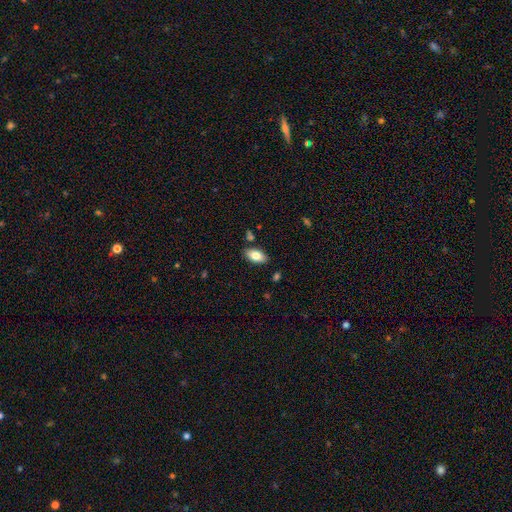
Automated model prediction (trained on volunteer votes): smooth 80%, featured or disk 13%, star or artifact 7%. Down the decision tree: how rounded — in between (93%); merging — none (84%).